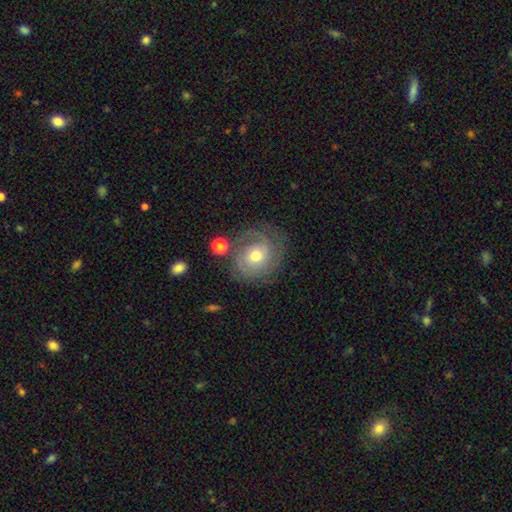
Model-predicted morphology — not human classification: Smooth or featured?
  - featured or disk: 62% *
  - smooth: 30%
  - star or artifact: 9%
Edge-on disk?
  - no: 97% *
  - yes: 3%
Bar?
  - no: 79% *
  - weak: 18%
  - strong: 3%
Spiral arms?
  - yes: 83% *
  - no: 17%
Bulge size?
  - moderate: 70% *
  - small: 22%
  - large: 6%
  - dominant: 1%
  - none: 1%
Merging?
  - none: 68% *
  - minor disturbance: 17%
  - major disturbance: 11%
  - merger: 4%